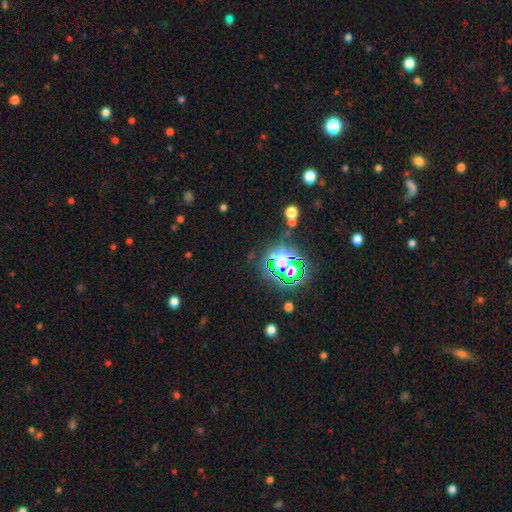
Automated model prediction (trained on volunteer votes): Smooth or featured?
  - star or artifact: 79% *
  - smooth: 14%
  - featured or disk: 7%